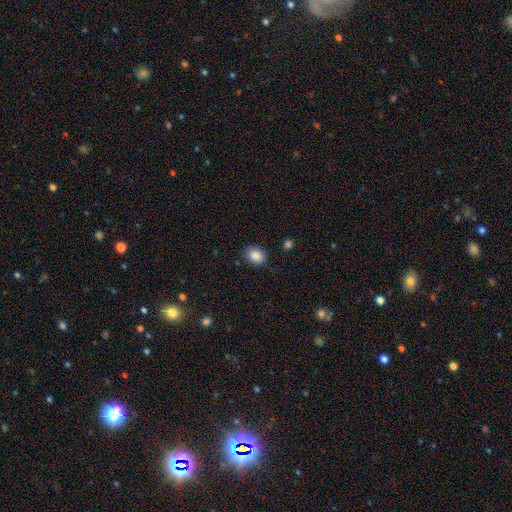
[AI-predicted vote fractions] Overall: smooth (87%). How rounded: round (51%; in between 48%). Merging: none (83%).